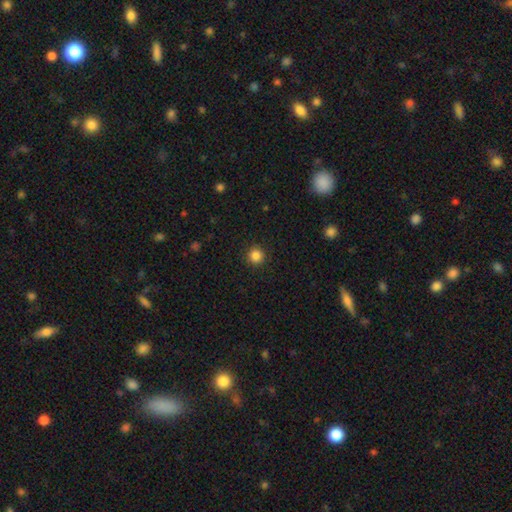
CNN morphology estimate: Overall: smooth (85%). How rounded: round (95%). Merging: none (92%).